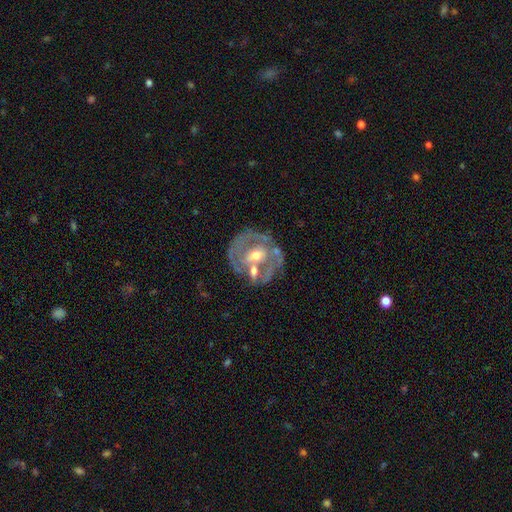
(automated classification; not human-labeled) Smooth or featured? Predicted: featured or disk (p=0.74). Edge-on disk? Predicted: no (p=0.96). Bar? Predicted: no (p=0.59). Spiral arms? Predicted: no (p=0.53). Bulge size? Predicted: moderate (p=0.65). Merging? Predicted: none (p=0.51).